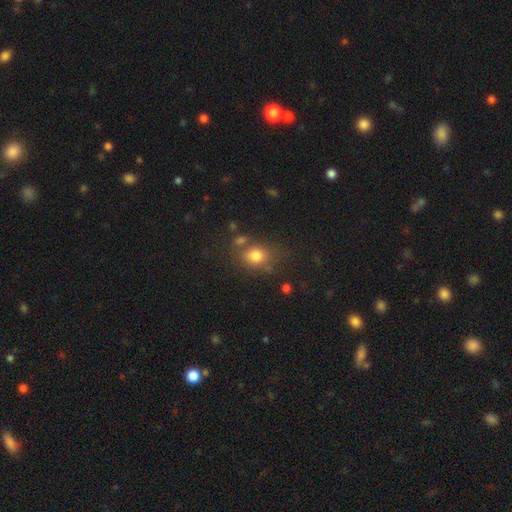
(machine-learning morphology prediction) The model was most divided on "how rounded": round: 58%, in between: 41%, cigar-shaped: 1%. More confident: smooth or featured — smooth (78%); merging — none (63%).